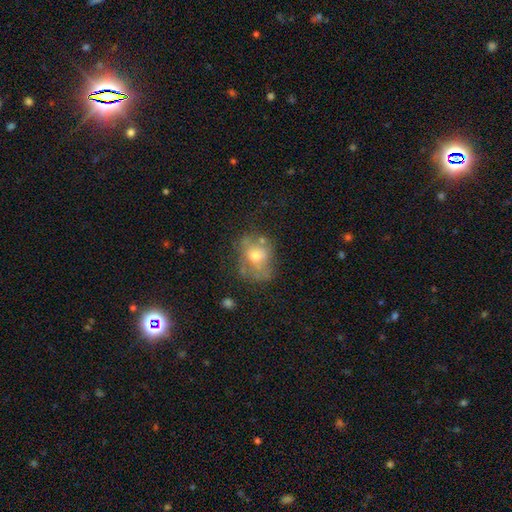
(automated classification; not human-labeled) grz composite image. It shows a smooth galaxy with no disk features (46%). Merging: none (46%).